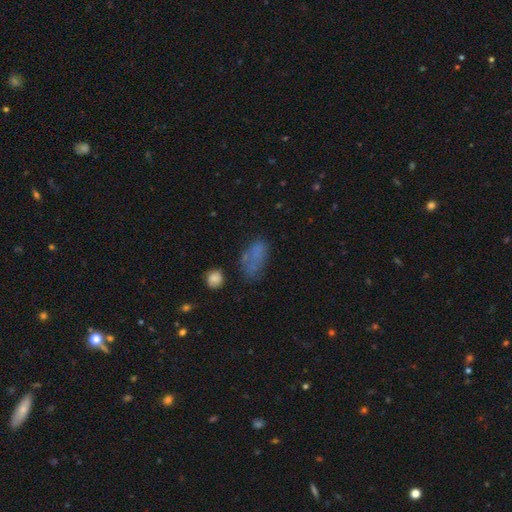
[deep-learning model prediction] The model was most divided on "merging": none: 43%, minor disturbance: 24%, major disturbance: 22%, merger: 12%. More confident: how rounded — in between (85%); smooth or featured — smooth (61%).